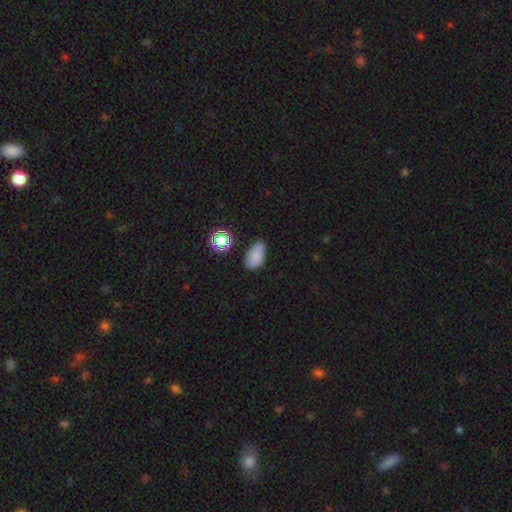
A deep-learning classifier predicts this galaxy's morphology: The model was most divided on "merging": none: 71%, minor disturbance: 21%, major disturbance: 4%, merger: 4%. More confident: how rounded — in between (91%); smooth or featured — smooth (77%).